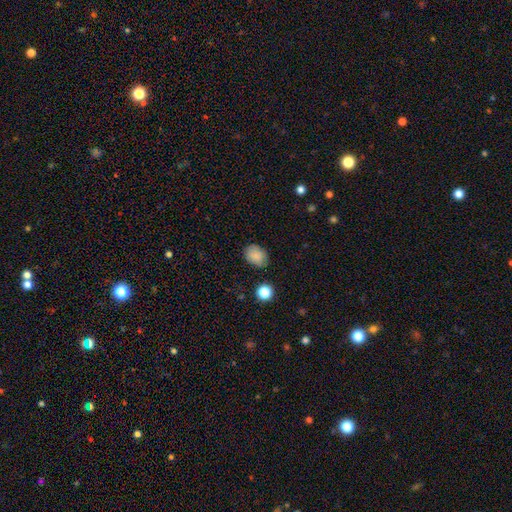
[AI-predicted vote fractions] This is clearly a smooth galaxy (85%). How rounded: likely in between (70%). Merging: clearly none (82%).